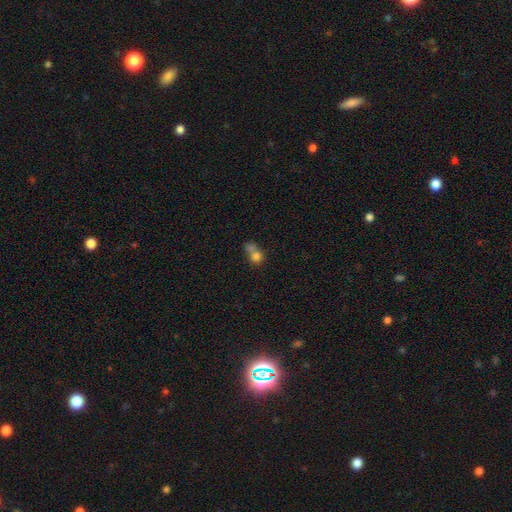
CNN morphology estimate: A smooth galaxy with no disk features (74%) that is round (72%). Merging: merger (58%).